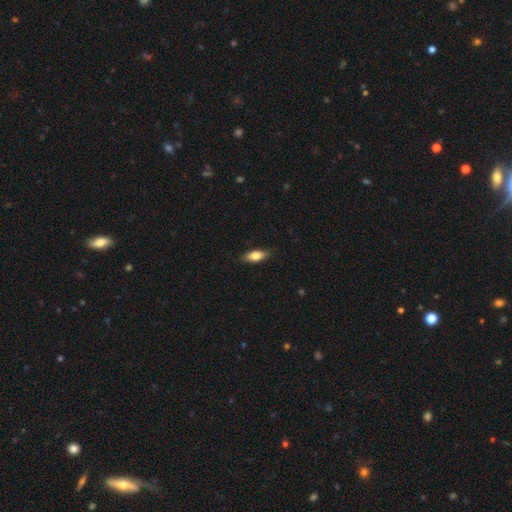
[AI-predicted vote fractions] This is likely a smooth galaxy (75%). How rounded: likely in between (76%). Merging: clearly none (85%).